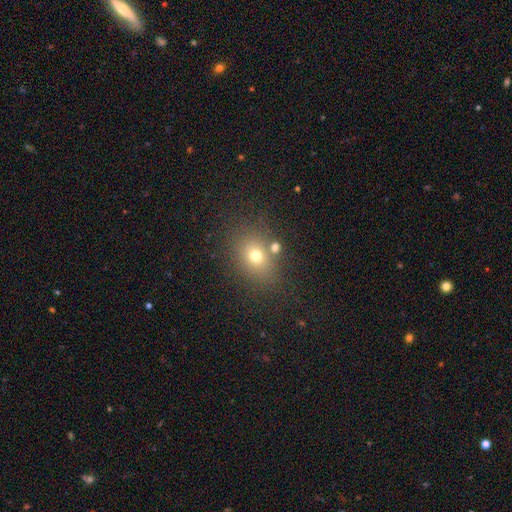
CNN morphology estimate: smooth_or_featured: smooth (p=0.69) [alt: star or artifact p=0.18]
how_rounded: in between (p=0.52) [alt: round p=0.46]
merging: none (p=0.73) [alt: minor disturbance p=0.12]